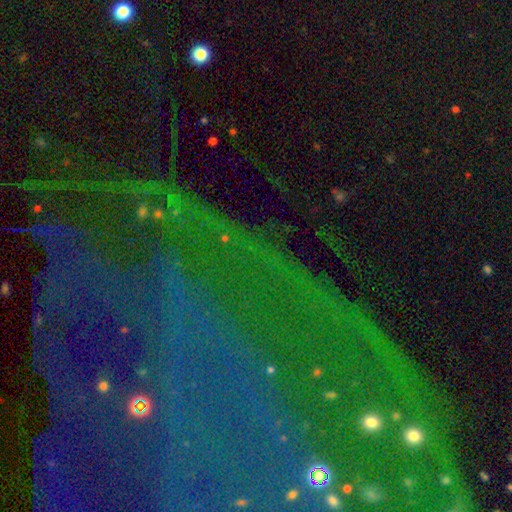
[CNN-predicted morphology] Smooth or featured? star or artifact (80%)